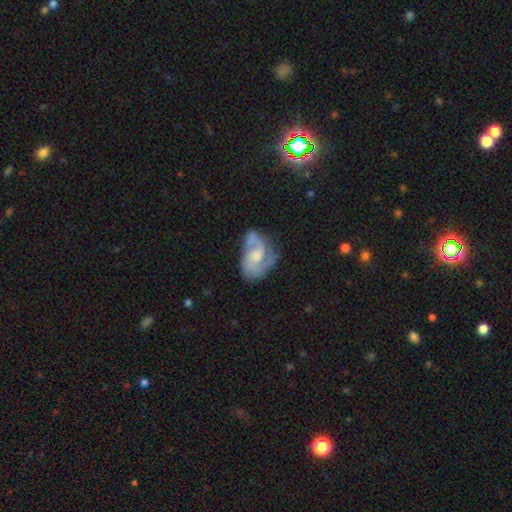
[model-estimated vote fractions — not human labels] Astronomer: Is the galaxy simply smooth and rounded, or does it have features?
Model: featured or disk — 78%.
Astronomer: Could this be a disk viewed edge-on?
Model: no — 97%.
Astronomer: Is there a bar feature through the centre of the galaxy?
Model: no — 56% (runner-up: weak, 38%).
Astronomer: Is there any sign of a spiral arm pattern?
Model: yes — 92%.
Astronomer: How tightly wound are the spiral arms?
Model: medium — 50% (runner-up: tight, 27%).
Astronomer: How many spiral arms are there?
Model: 2 — 72%.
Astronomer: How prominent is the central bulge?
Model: moderate — 47% (runner-up: small, 31%).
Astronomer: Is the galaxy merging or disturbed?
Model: none — 49% (runner-up: minor disturbance, 27%).